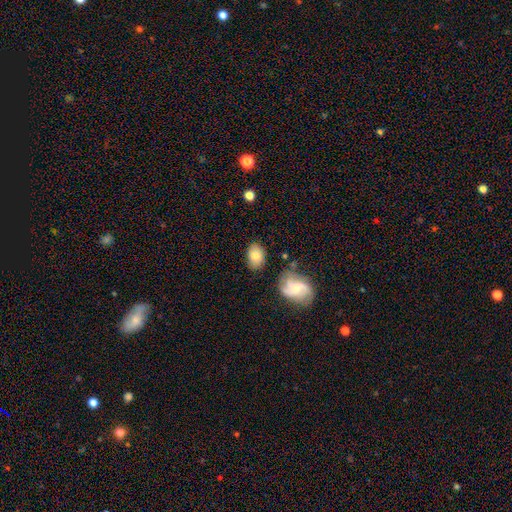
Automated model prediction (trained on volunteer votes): smooth 76%, featured or disk 17%, star or artifact 7%. Down the decision tree: how rounded — in between (82%); merging — none (74%).